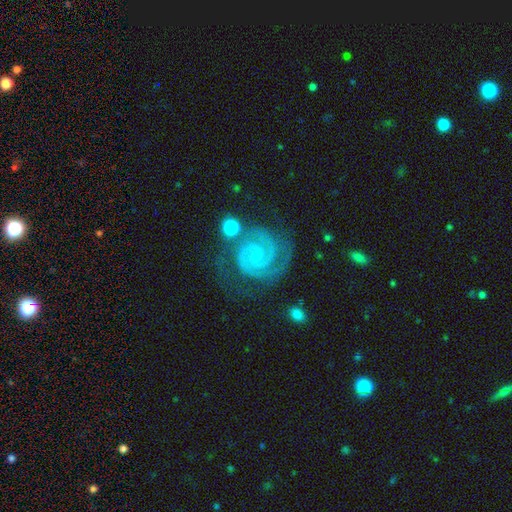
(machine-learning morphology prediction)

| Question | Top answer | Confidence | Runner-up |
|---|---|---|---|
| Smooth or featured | featured or disk | 92% | star or artifact (5%) |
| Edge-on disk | no | 98% | yes (2%) |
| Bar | no | 68% | weak (23%) |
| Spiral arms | yes | 99% | no (1%) |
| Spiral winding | tight | 79% | medium (19%) |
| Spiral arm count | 2 | 75% | 3 (14%) |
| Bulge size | small | 81% | moderate (13%) |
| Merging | none | 71% | minor disturbance (18%) |